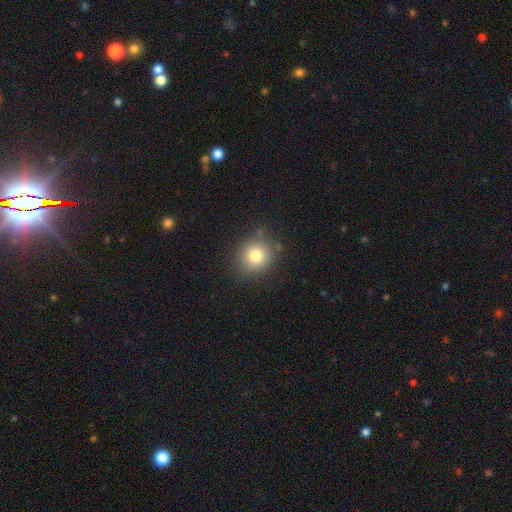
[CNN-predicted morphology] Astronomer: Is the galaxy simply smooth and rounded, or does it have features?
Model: smooth — 79%.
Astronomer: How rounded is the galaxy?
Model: round — 85%.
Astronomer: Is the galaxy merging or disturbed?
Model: none — 83%.